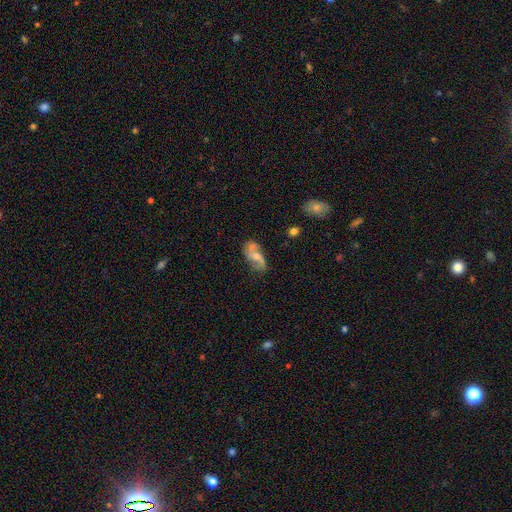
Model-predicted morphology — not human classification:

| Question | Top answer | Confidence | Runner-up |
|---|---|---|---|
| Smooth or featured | featured or disk | 65% | smooth (28%) |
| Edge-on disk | no | 94% | yes (6%) |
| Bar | no | 57% | weak (35%) |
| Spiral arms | yes | 82% | no (18%) |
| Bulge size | moderate | 47% | small (31%) |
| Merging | none | 54% | minor disturbance (24%) |